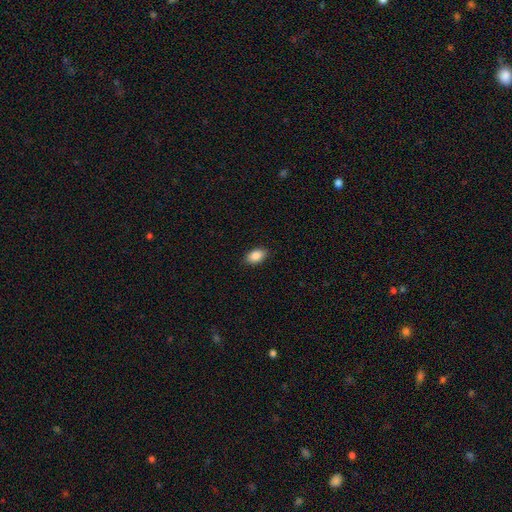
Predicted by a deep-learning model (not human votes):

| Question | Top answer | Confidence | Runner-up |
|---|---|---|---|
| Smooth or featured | smooth | 88% | star or artifact (8%) |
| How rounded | in between | 91% | round (7%) |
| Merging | none | 89% | minor disturbance (9%) |